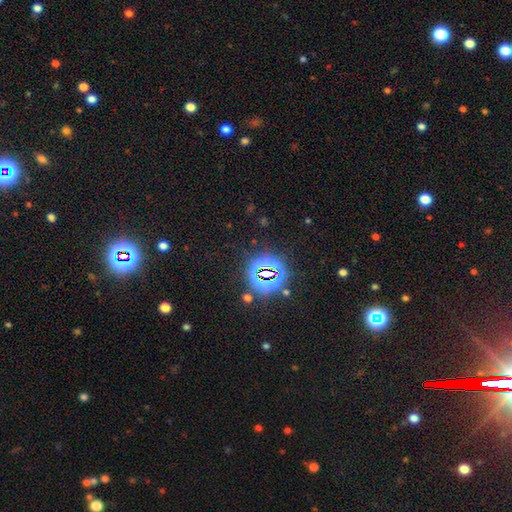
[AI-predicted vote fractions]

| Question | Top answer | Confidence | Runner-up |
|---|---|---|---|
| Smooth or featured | star or artifact | 84% | smooth (8%) |